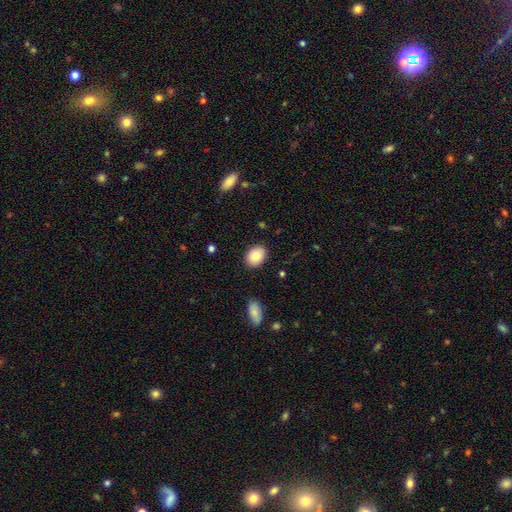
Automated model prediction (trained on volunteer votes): smooth 83%, featured or disk 9%, star or artifact 8%. Down the decision tree: how rounded — in between (67%); merging — none (89%).